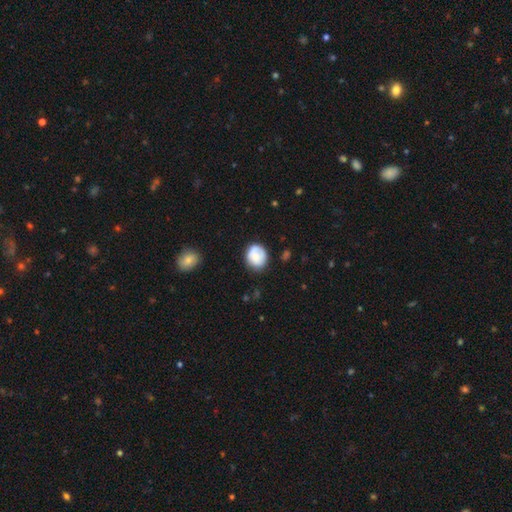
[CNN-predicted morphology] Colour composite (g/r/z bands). It shows a smooth galaxy with no disk features (72%) that is round (68%). Merging: none (69%).